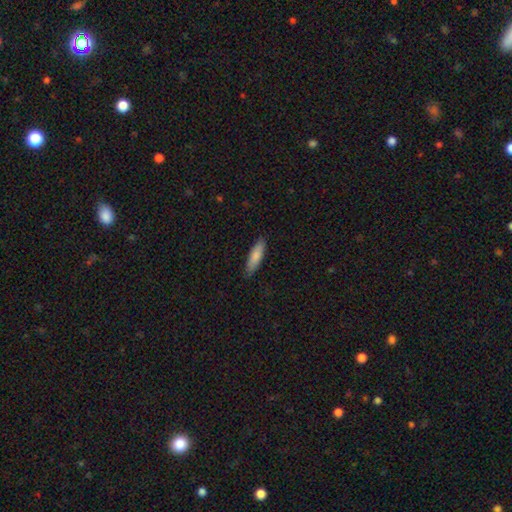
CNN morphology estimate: smooth 83%, featured or disk 12%, star or artifact 5%. Down the decision tree: how rounded — cigar-shaped (65%); merging — none (85%).